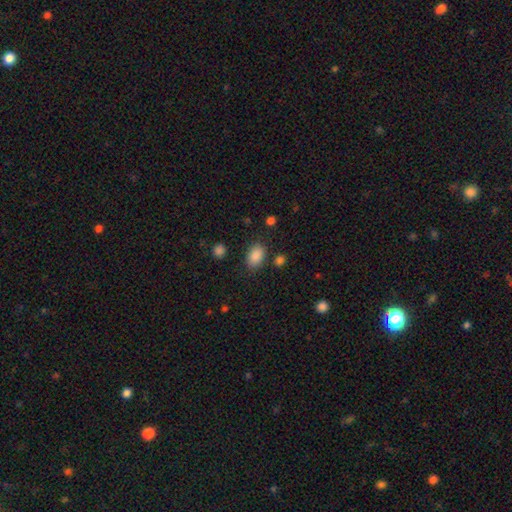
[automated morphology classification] Overall: smooth (88%). How rounded: in between (86%). Merging: none (82%).